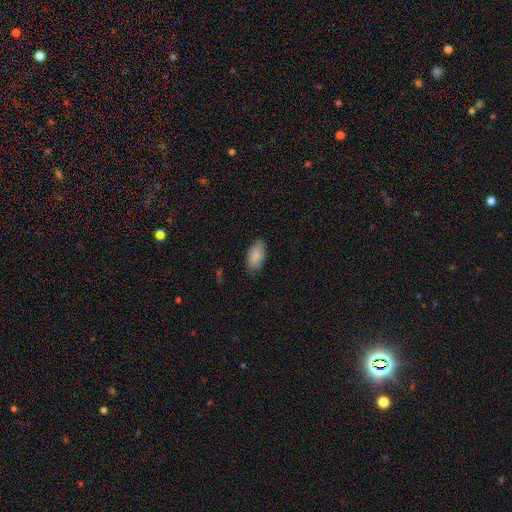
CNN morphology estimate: smooth-or-featured: smooth: 84% | featured or disk: 10% | star or artifact: 7%
  how-rounded: in between: 94% | cigar-shaped: 3% | round: 3%
  merging: none: 77% | minor disturbance: 19% | major disturbance: 3% | merger: 1%